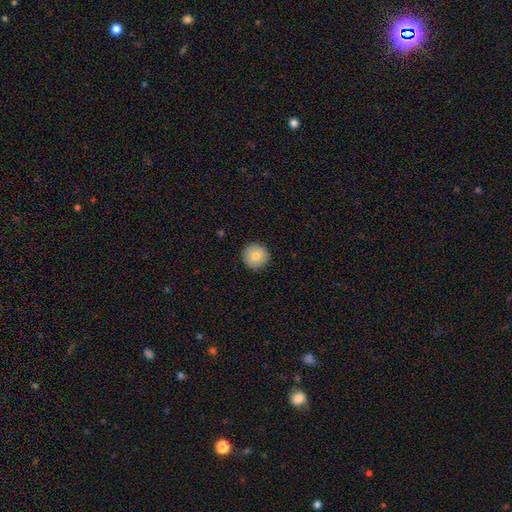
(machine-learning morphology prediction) Smooth or featured?
  - smooth: 82% *
  - featured or disk: 10%
  - star or artifact: 8%
How rounded?
  - round: 95% *
  - in between: 4%
  - cigar-shaped: 1%
Merging?
  - none: 91% *
  - minor disturbance: 6%
  - major disturbance: 2%
  - merger: 1%